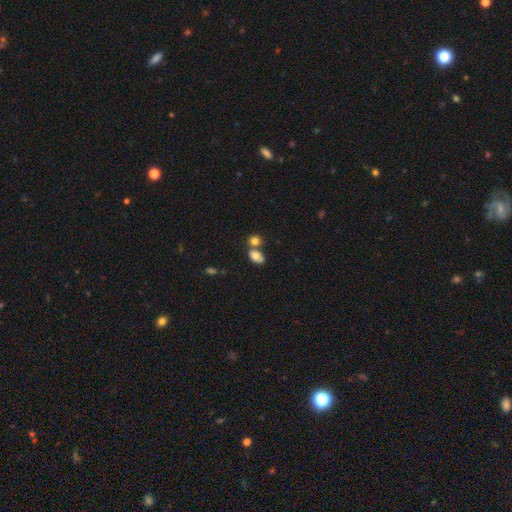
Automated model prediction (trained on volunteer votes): A smooth galaxy with no disk features (78%) that is in between round and cigar-shaped (83%). Merging: merger (43%).